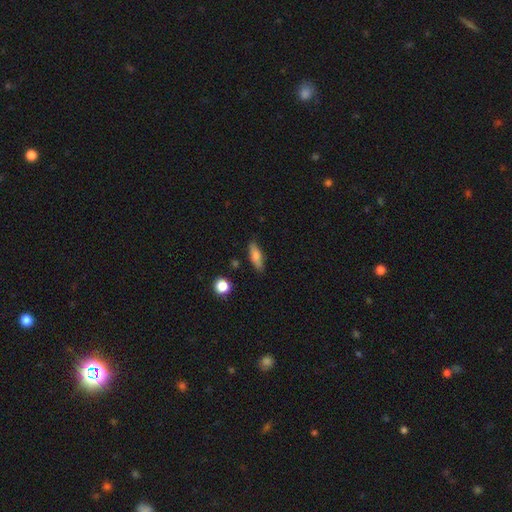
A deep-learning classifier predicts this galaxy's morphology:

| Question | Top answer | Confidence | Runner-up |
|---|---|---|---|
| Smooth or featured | smooth | 71% | featured or disk (22%) |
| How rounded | in between | 50% | cigar-shaped (46%) |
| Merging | none | 83% | minor disturbance (12%) |